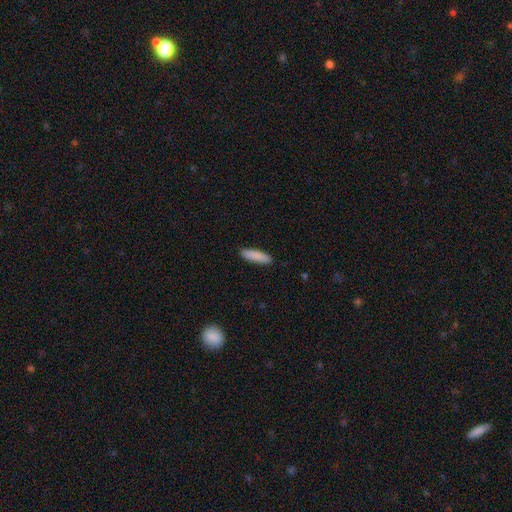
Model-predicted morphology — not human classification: Smooth or featured?
  - smooth: 88% *
  - featured or disk: 6%
  - star or artifact: 6%
How rounded?
  - cigar-shaped: 68% *
  - in between: 31%
  - round: 1%
Merging?
  - none: 90% *
  - minor disturbance: 8%
  - major disturbance: 2%
  - merger: 1%